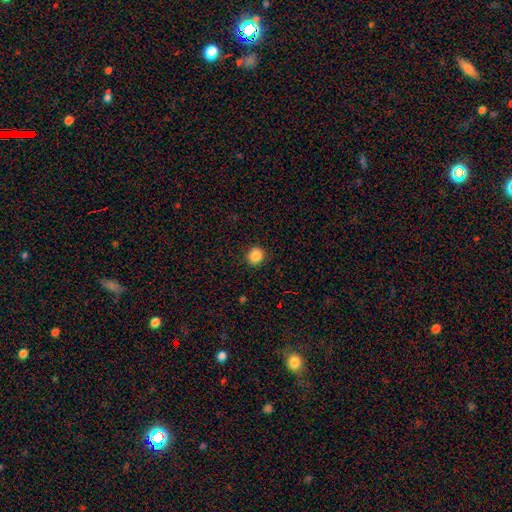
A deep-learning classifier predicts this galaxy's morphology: type=smooth (87%); roundness=round (86%); merging=none (90%).